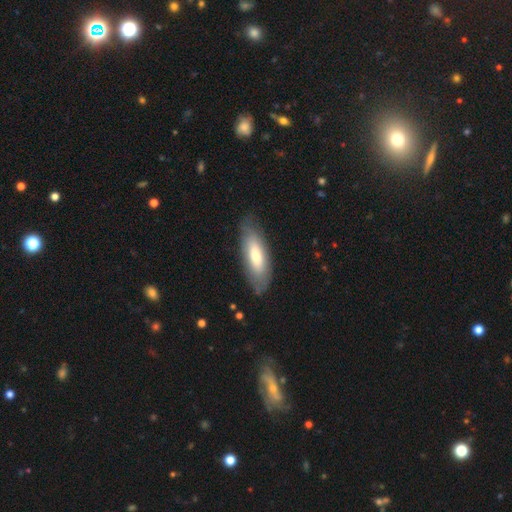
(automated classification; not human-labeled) smooth 66%, featured or disk 29%, star or artifact 6%. Down the decision tree: how rounded — in between (69%); merging — none (78%).